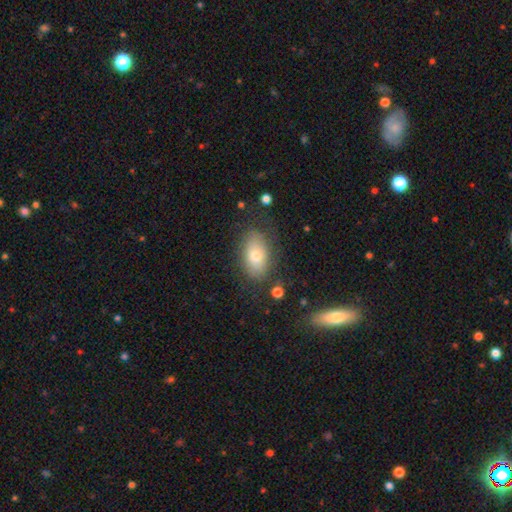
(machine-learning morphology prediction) Smooth or featured: smooth — 73% (featured or disk — 18%)
How rounded: in between — 91% (round — 7%)
Merging: none — 77% (minor disturbance — 15%)